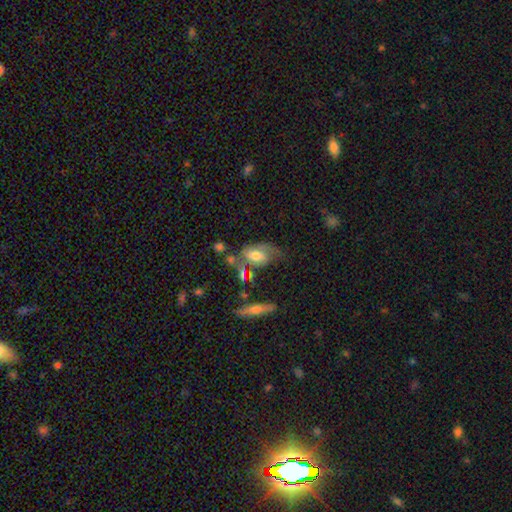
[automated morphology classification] This is possibly a featured or disk galaxy (47%). Merging: marginally none (36%).